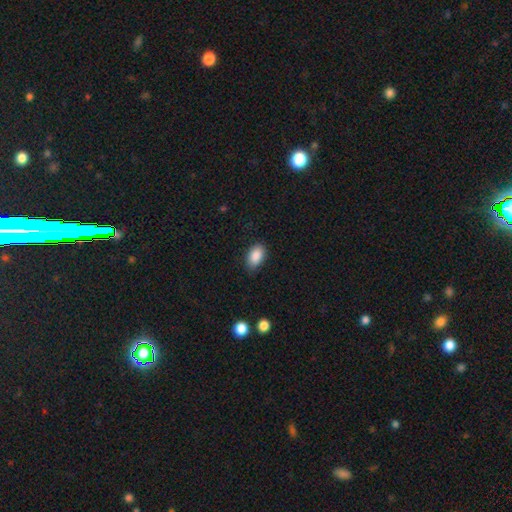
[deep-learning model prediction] Q: Smooth or featured?
A: smooth (88%); runner-up: star or artifact (7%)
Q: How rounded?
A: in between (91%); runner-up: round (7%)
Q: Merging?
A: none (82%); runner-up: minor disturbance (14%)